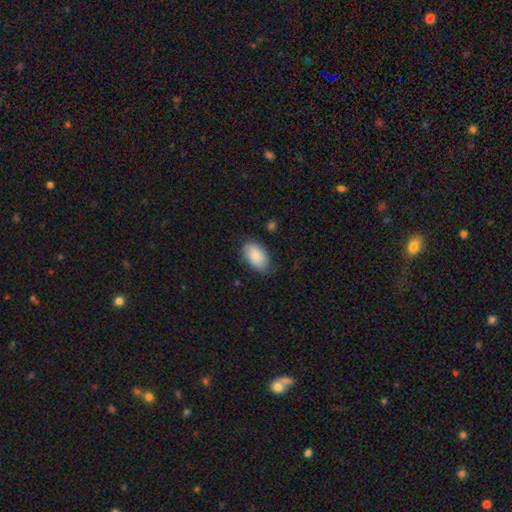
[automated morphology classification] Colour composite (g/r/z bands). It shows a smooth galaxy with no disk features (86%) that is in between round and cigar-shaped (93%). Merging: none (78%).